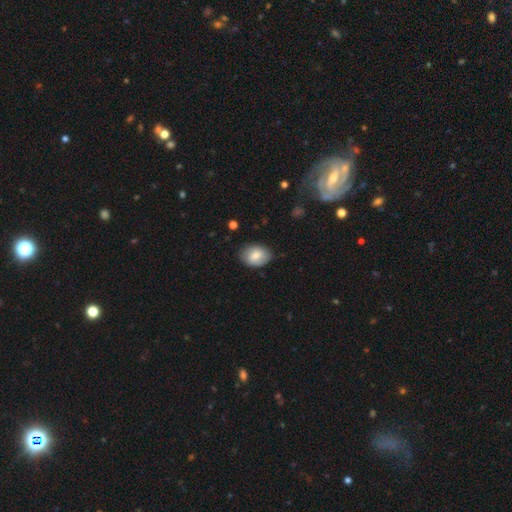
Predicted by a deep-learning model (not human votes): smooth 76%, featured or disk 18%, star or artifact 7%. Down the decision tree: how rounded — in between (76%); merging — none (80%).